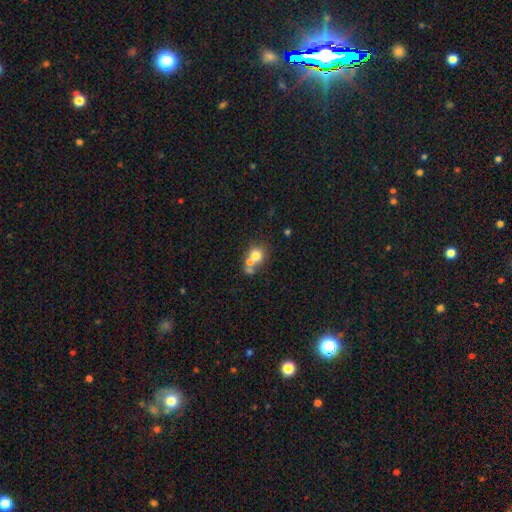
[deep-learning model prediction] Smooth or featured? smooth (71%)
How rounded? round (78%)
Merging? merger (53%)